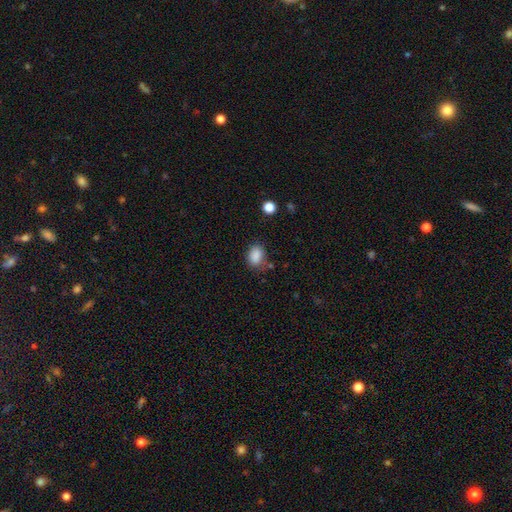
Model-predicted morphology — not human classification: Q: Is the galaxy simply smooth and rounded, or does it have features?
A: smooth — 86%.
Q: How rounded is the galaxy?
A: in between — 70%.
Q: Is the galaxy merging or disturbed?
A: none — 72%.